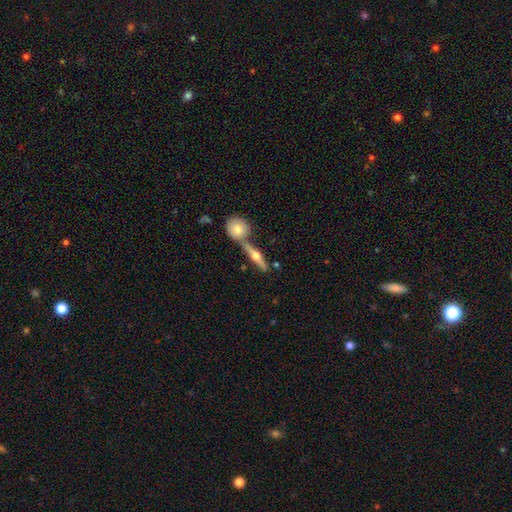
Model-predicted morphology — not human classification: smooth_or_featured: featured or disk (p=0.64) [alt: smooth p=0.31]
disk_edge_on: yes (p=0.94) [alt: no p=0.06]
edge_on_bulge: rounded (p=0.95) [alt: boxy p=0.03]
merging: none (p=0.62) [alt: merger p=0.27]